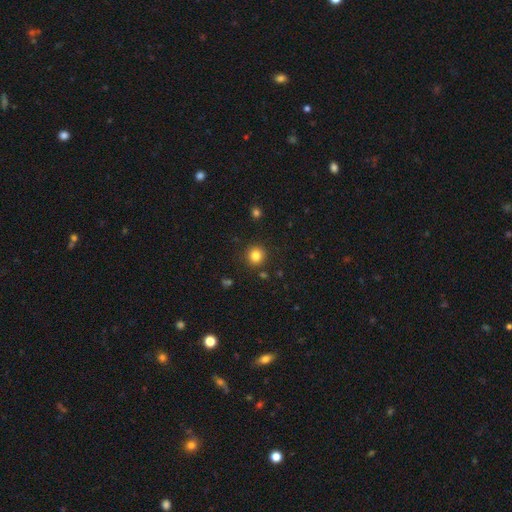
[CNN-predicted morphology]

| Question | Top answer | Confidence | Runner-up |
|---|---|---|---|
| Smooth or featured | smooth | 82% | star or artifact (12%) |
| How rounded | round | 93% | in between (6%) |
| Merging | none | 89% | minor disturbance (6%) |